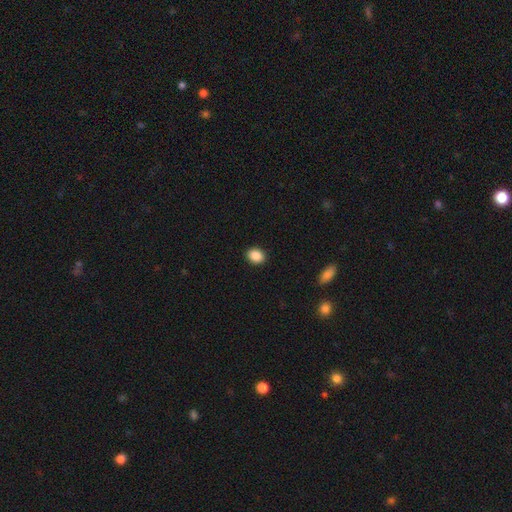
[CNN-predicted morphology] A smooth galaxy with no disk features (88%) that is in between round and cigar-shaped (58%). Merging: none (91%).